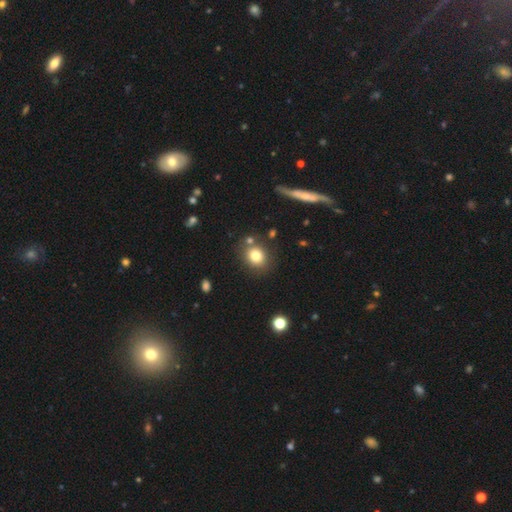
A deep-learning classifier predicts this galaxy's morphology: Smooth or featured? smooth (80%)
How rounded? round (67%)
Merging? none (78%)